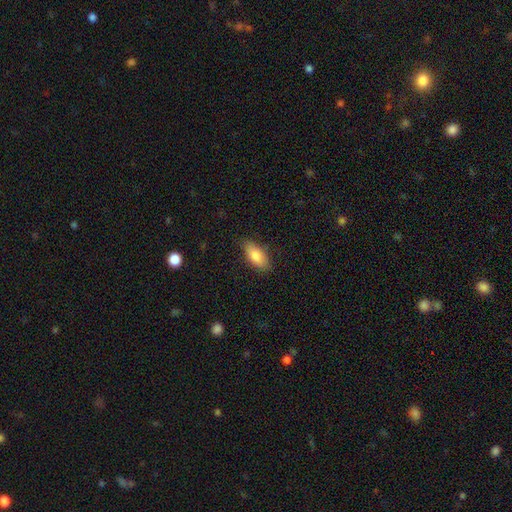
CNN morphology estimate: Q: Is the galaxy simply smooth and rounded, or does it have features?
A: smooth — 83%.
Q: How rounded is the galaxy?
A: in between — 86%.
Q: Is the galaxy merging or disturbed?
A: none — 82%.